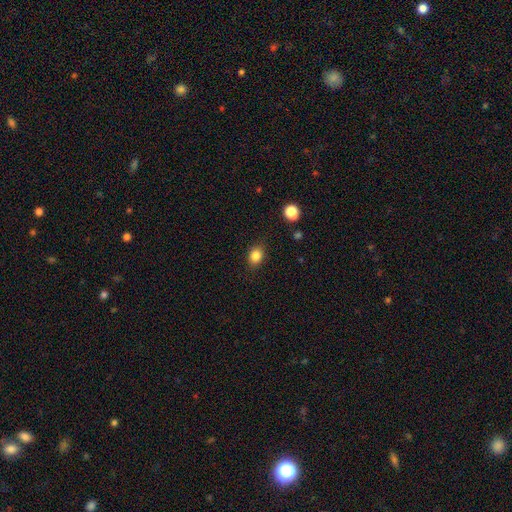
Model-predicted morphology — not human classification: Smooth or featured?
  - smooth: 84% *
  - star or artifact: 11%
  - featured or disk: 5%
How rounded?
  - in between: 53% *
  - round: 46%
  - cigar-shaped: 1%
Merging?
  - none: 85% *
  - minor disturbance: 10%
  - major disturbance: 3%
  - merger: 1%